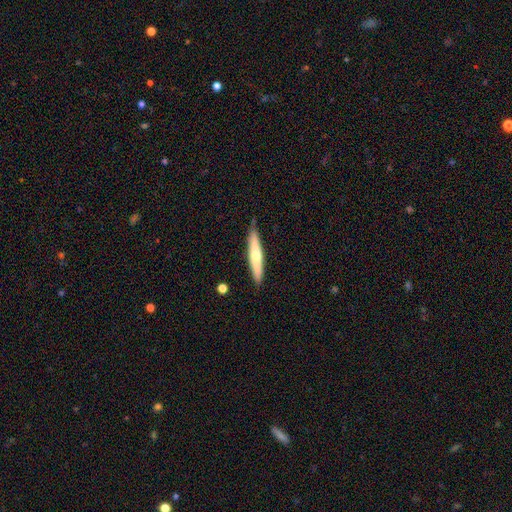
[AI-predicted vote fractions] This appears to be a smooth galaxy with no disk features (53%) that is cigar-shaped (91%). Merging: none (87%).